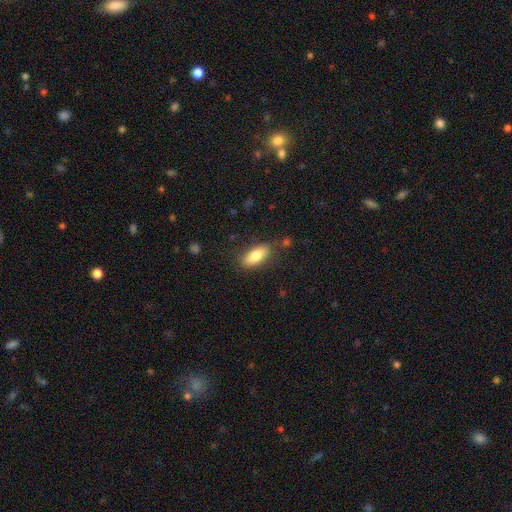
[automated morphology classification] smooth 78%, featured or disk 15%, star or artifact 7%. Down the decision tree: how rounded — in between (82%); merging — none (81%).